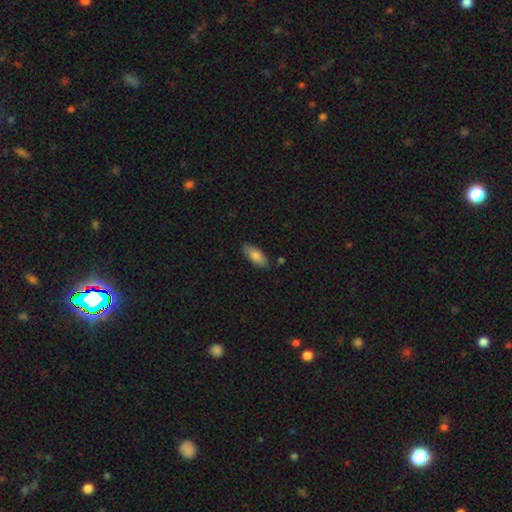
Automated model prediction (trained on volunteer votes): The model was most divided on "how rounded": in between: 78%, cigar-shaped: 20%, round: 2%. More confident: merging — none (84%); smooth or featured — smooth (80%).